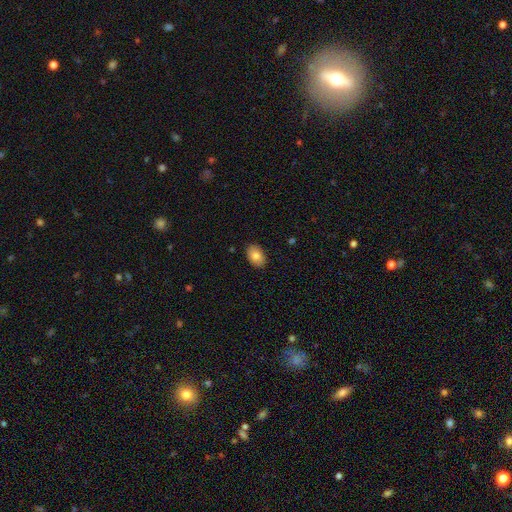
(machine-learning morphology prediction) This is clearly a smooth galaxy (82%). How rounded: clearly in between (85%). Merging: clearly none (89%).